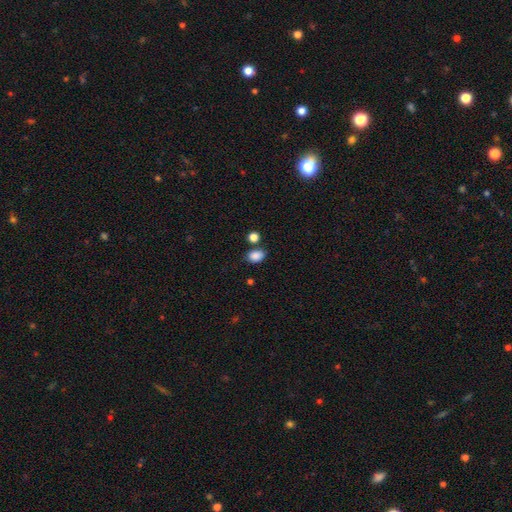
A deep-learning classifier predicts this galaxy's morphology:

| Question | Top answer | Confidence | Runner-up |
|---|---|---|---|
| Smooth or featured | smooth | 86% | star or artifact (10%) |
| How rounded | in between | 70% | round (29%) |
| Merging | none | 72% | minor disturbance (14%) |